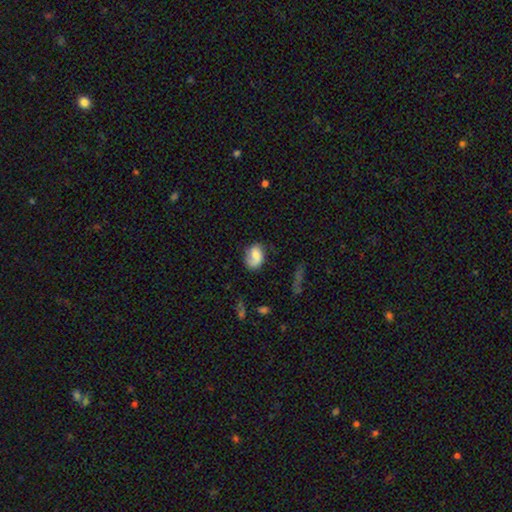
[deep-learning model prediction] Morphology: type=smooth (54%); roundness=in between (70%); merging=none (60%).